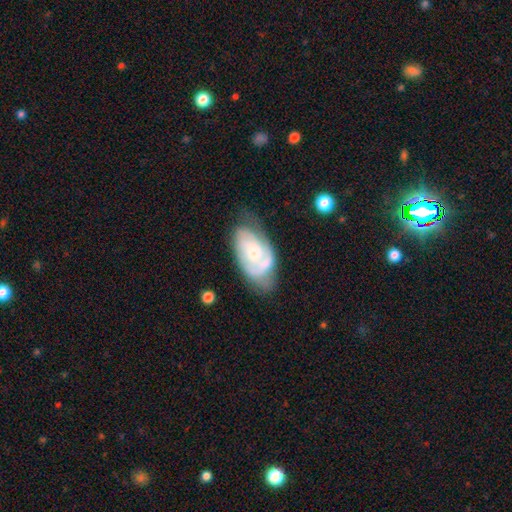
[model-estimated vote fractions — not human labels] Smooth or featured: featured or disk — 70% (smooth — 24%)
Edge-on disk: no — 94% (yes — 6%)
Bar: no — 74% (weak — 22%)
Spiral arms: yes — 79% (no — 21%)
Spiral winding: tight — 56% (medium — 32%)
Spiral arm count: 2 — 42% (can't tell — 35%)
Bulge size: moderate — 48% (small — 46%)
Merging: none — 52% (minor disturbance — 31%)